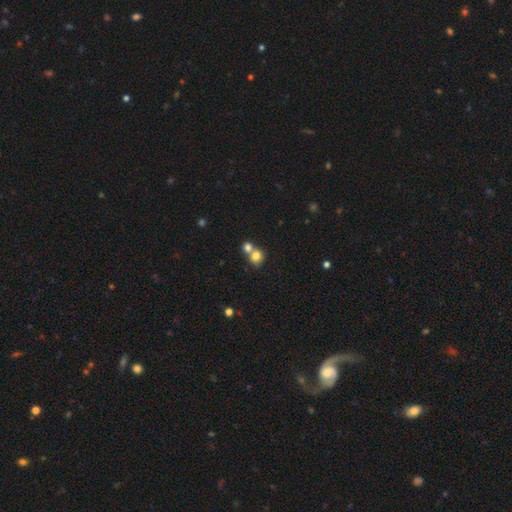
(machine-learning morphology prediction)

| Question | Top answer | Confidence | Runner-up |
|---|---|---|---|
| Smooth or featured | smooth | 79% | star or artifact (11%) |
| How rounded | round | 77% | in between (23%) |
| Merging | merger | 54% | none (37%) |